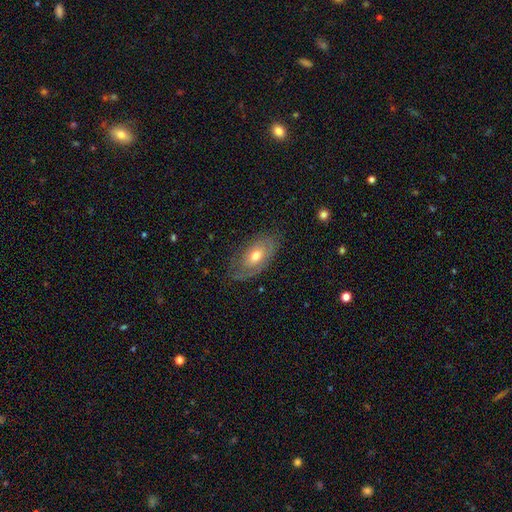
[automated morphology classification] Smooth or featured?
  - featured or disk: 58% *
  - smooth: 35%
  - star or artifact: 6%
Edge-on disk?
  - no: 89% *
  - yes: 11%
Bar?
  - no: 78% *
  - weak: 19%
  - strong: 4%
Spiral arms?
  - yes: 64% *
  - no: 36%
Bulge size?
  - moderate: 71% *
  - small: 20%
  - large: 7%
  - none: 1%
  - dominant: 1%
Merging?
  - none: 71% *
  - minor disturbance: 20%
  - major disturbance: 8%
  - merger: 1%